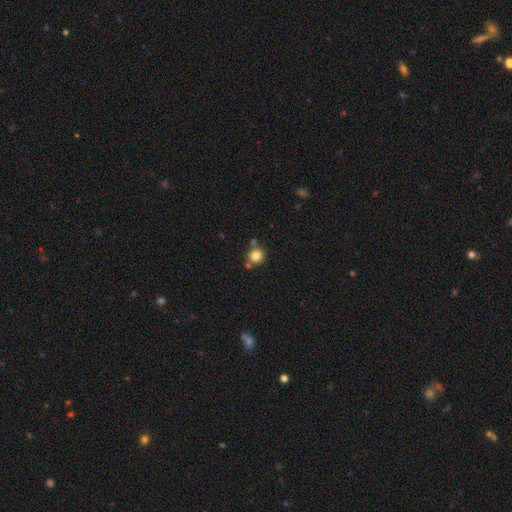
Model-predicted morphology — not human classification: smooth 81%, star or artifact 12%, featured or disk 7%. Down the decision tree: how rounded — round (89%); merging — none (71%).